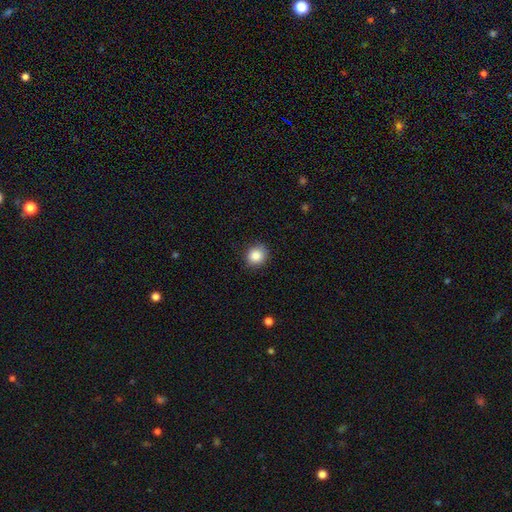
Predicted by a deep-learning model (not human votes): The model was most divided on "how rounded": round: 82%, in between: 17%, cigar-shaped: 1%. More confident: smooth or featured — smooth (87%); merging — none (86%).